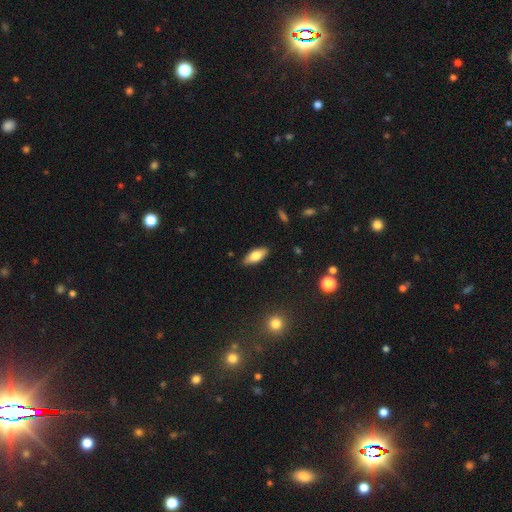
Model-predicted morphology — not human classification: This is likely a smooth galaxy (76%). How rounded: clearly in between (81%). Merging: clearly none (88%).